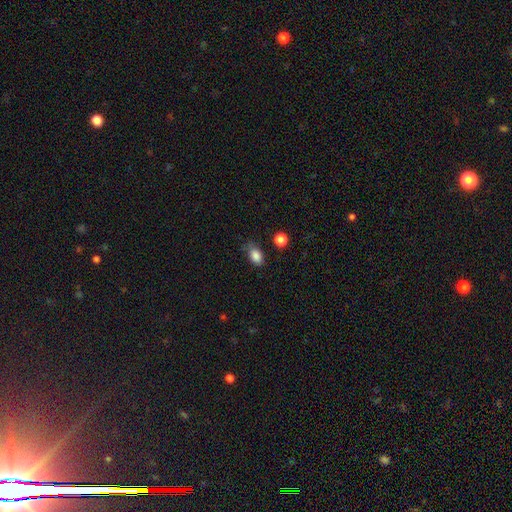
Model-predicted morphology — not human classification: Overall: smooth (86%). How rounded: in between (84%). Merging: none (65%; minor disturbance 27%).